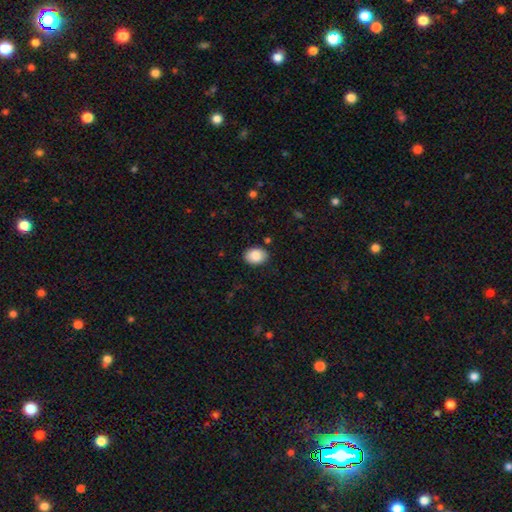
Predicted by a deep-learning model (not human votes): Q: Smooth or featured?
A: smooth (86%); runner-up: star or artifact (7%)
Q: How rounded?
A: in between (70%); runner-up: round (29%)
Q: Merging?
A: none (87%); runner-up: minor disturbance (10%)